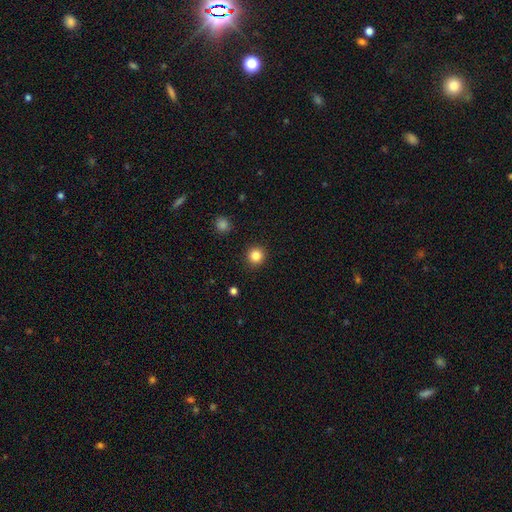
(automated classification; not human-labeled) Q: Smooth or featured?
A: smooth (84%); runner-up: star or artifact (11%)
Q: How rounded?
A: round (95%); runner-up: in between (4%)
Q: Merging?
A: none (92%); runner-up: minor disturbance (5%)